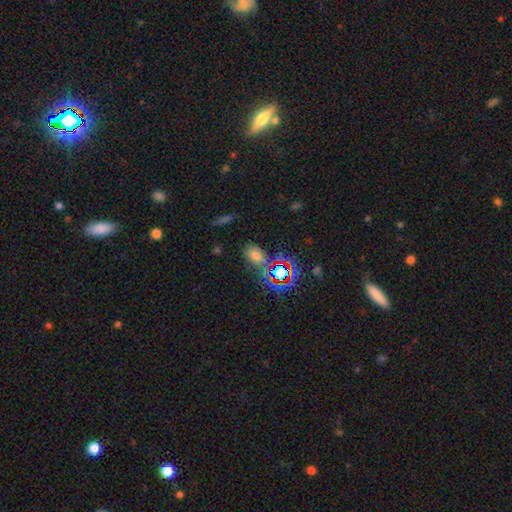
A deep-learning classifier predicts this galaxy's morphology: smooth-or-featured: smooth: 60% | star or artifact: 30% | featured or disk: 10%
  how-rounded: in between: 78% | round: 19% | cigar-shaped: 3%
  merging: none: 66% | minor disturbance: 18% | merger: 8% | major disturbance: 7%